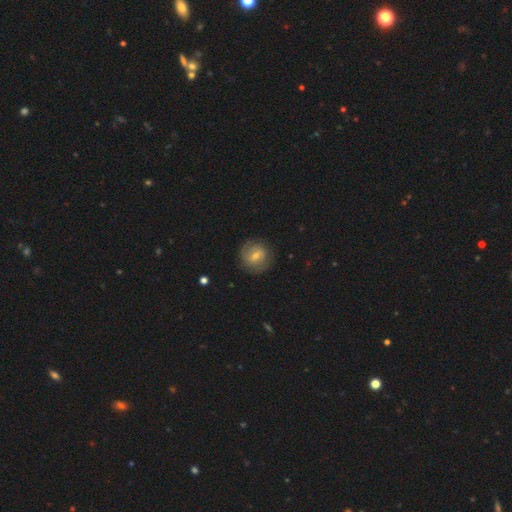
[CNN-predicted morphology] Overall: featured or disk (52%; smooth 40%). Edge-on disk: no (96%). Merging: none (81%).